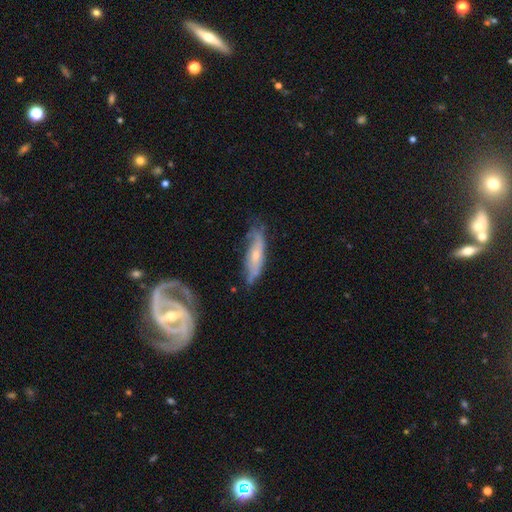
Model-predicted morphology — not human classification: The model was most divided on "edge-on disk": no: 62%, yes: 38%. More confident: smooth or featured — featured or disk (62%); merging — none (57%).